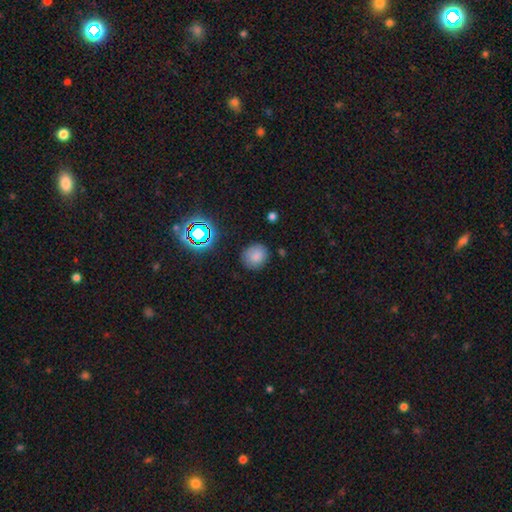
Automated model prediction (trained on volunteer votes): The model was most divided on "how rounded": round: 79%, in between: 20%, cigar-shaped: 1%. More confident: merging — none (83%); smooth or featured — smooth (78%).